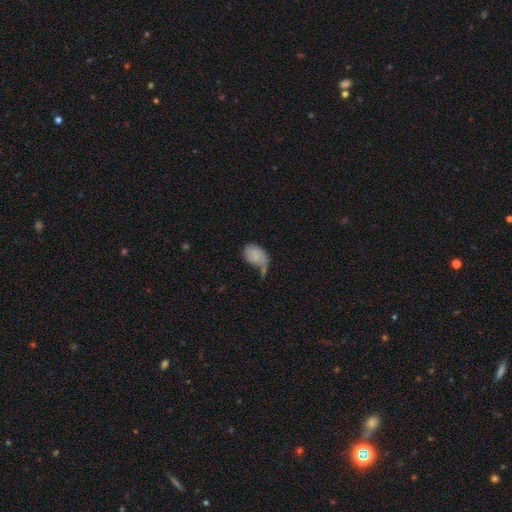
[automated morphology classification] smooth_or_featured: smooth (p=0.76) [alt: featured or disk p=0.17]
how_rounded: in between (p=0.81) [alt: round p=0.18]
merging: none (p=0.34) [alt: minor disturbance p=0.29]